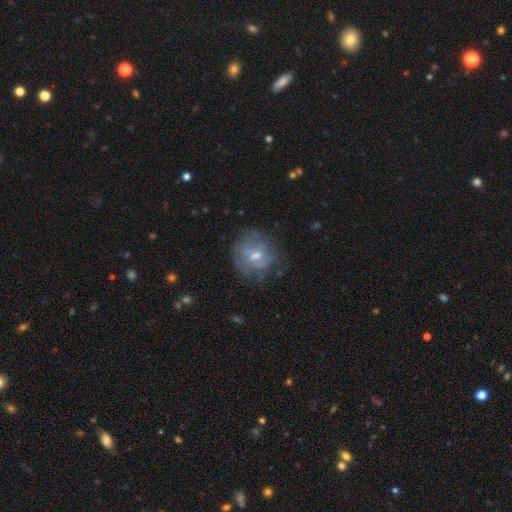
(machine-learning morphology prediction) The model was most divided on "spiral arms": yes: 52%, no: 48%. Remaining: edge-on disk — no (96%); merging — none (63%); smooth or featured — featured or disk (56%); bulge size — moderate (54%); bar — no (49%).